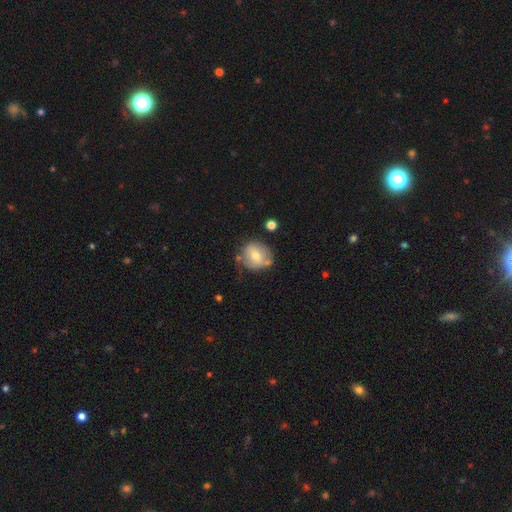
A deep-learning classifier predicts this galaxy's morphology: smooth 67%, featured or disk 25%, star or artifact 8%. Down the decision tree: how rounded — round (80%); merging — none (62%).